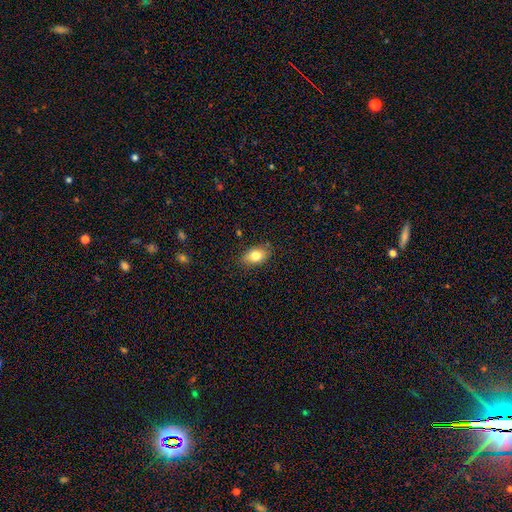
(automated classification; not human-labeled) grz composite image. It shows a smooth galaxy with no disk features (79%) that is in between round and cigar-shaped (86%). Merging: none (83%).